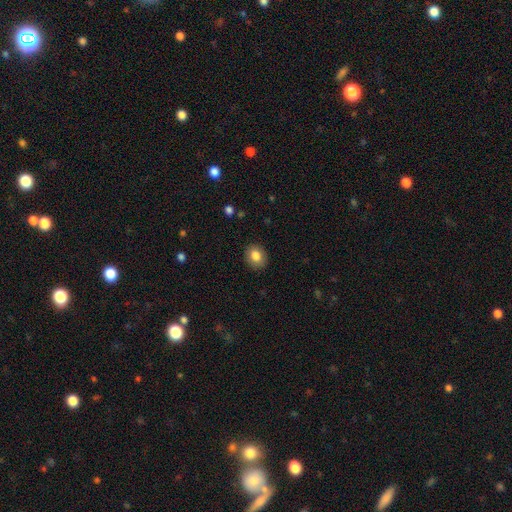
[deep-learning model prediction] Smooth or featured? Predicted: smooth (p=0.83). How rounded? Predicted: round (p=0.57). Merging? Predicted: none (p=0.88).